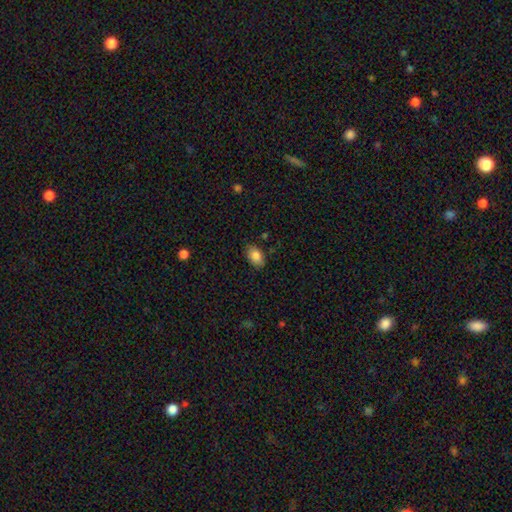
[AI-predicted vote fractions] The model was most divided on "merging": none: 85%, minor disturbance: 12%, major disturbance: 2%, merger: 1%. More confident: how rounded — in between (88%); smooth or featured — smooth (85%).